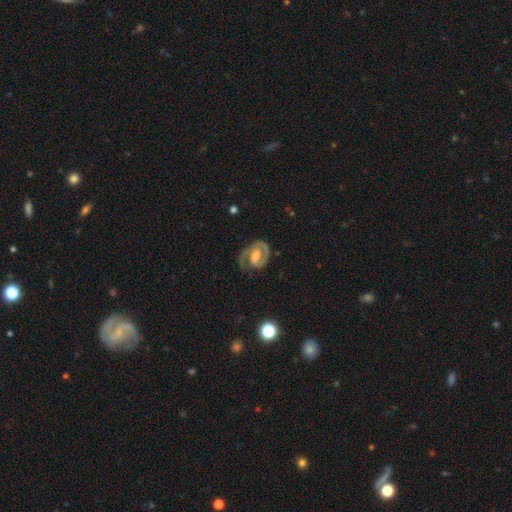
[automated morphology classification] A featured or disk galaxy (86%) with a weak bar (47%), 2 (74%) tight (47%) spiral arms (95%) and a moderate central bulge (44%). Merging: none (68%).